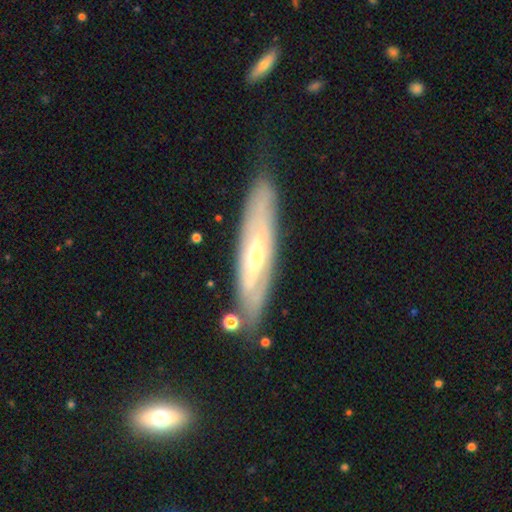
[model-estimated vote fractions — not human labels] A featured or disk galaxy (75%).

Vote fractions:
- Smooth or featured? featured or disk: 75% / smooth: 19% / star or artifact: 6%
- Edge-on disk? no: 55% / yes: 45%
- Merging? none: 76% / minor disturbance: 16% / major disturbance: 5% / merger: 3%